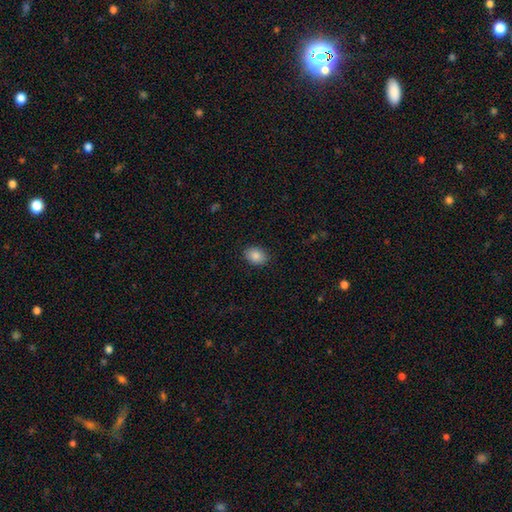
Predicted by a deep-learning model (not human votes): smooth 87%, star or artifact 8%, featured or disk 5%. Down the decision tree: how rounded — in between (70%); merging — none (88%).